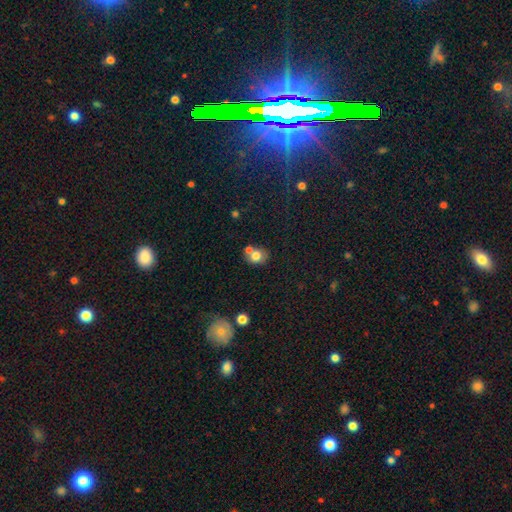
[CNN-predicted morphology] Smooth or featured? smooth (75%)
How rounded? round (65%)
Merging? none (51%)